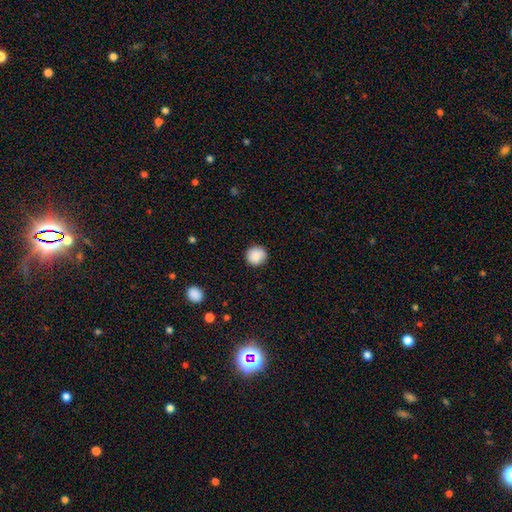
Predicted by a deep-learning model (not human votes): smooth-or-featured: smooth: 88% | star or artifact: 8% | featured or disk: 4%
  how-rounded: round: 92% | in between: 7% | cigar-shaped: 1%
  merging: none: 88% | minor disturbance: 9% | major disturbance: 2% | merger: 1%